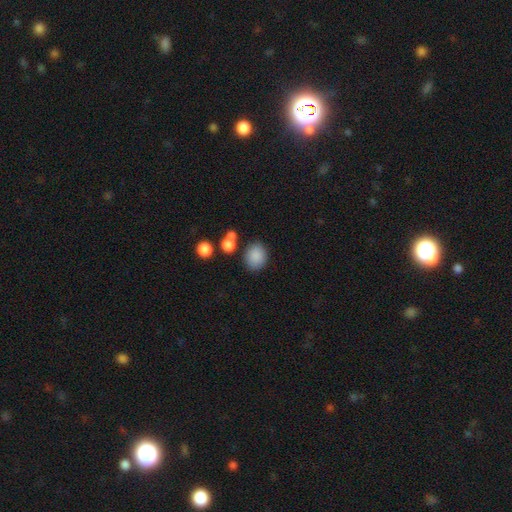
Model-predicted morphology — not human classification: type=smooth (86%); roundness=in between (51%); merging=none (76%).